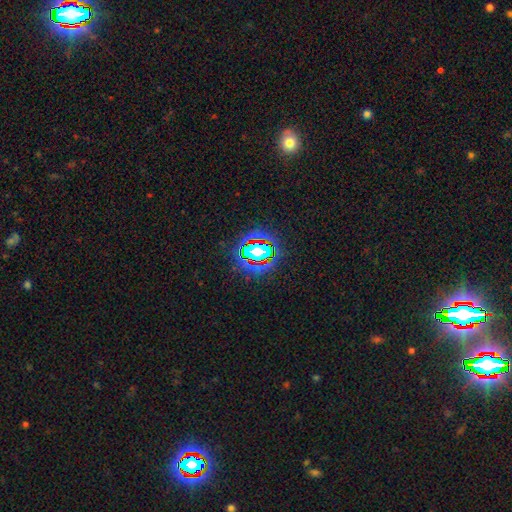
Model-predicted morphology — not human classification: Smooth or featured: star or artifact — 78% (smooth — 13%)